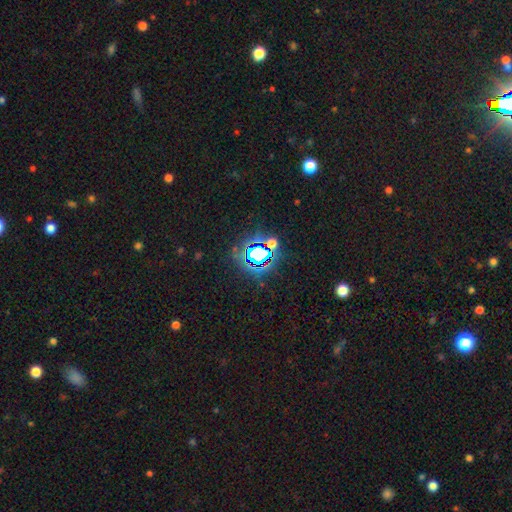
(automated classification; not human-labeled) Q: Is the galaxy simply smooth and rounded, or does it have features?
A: star or artifact — 82%.